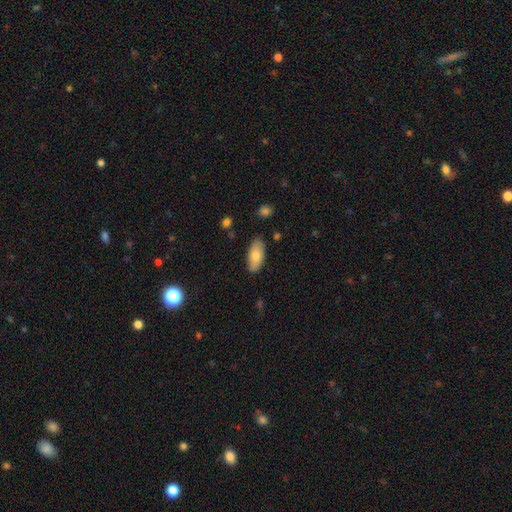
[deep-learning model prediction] smooth-or-featured: smooth: 78% | featured or disk: 16% | star or artifact: 6%
  how-rounded: in between: 90% | cigar-shaped: 7% | round: 2%
  merging: none: 85% | minor disturbance: 11% | major disturbance: 2% | merger: 2%